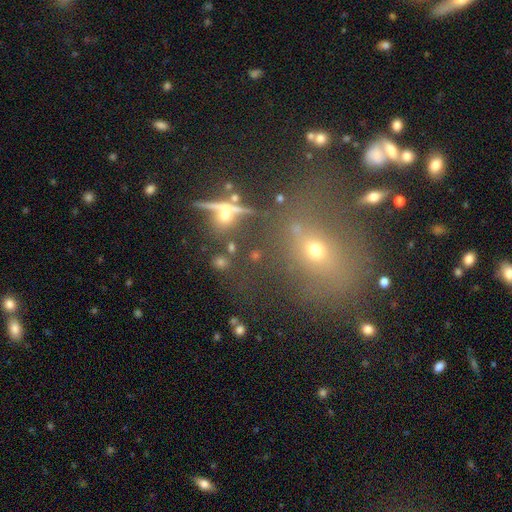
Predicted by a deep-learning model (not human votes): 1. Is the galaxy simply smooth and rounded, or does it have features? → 41% smooth, 38% star or artifact, 22% featured or disk.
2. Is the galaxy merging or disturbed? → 63% none, 16% merger, 12% minor disturbance, 9% major disturbance.